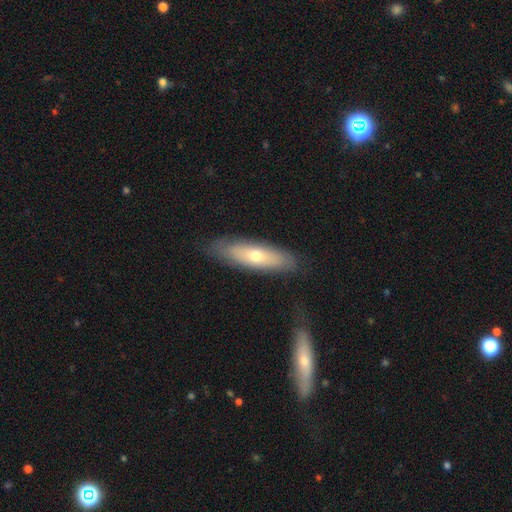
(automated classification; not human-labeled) This is possibly a smooth galaxy (53%). How rounded: possibly cigar-shaped (60%). Merging: clearly none (82%).